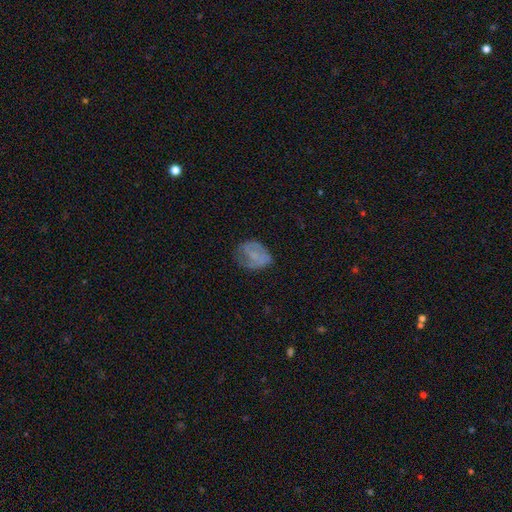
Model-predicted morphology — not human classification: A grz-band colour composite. It shows a featured or disk galaxy (50%). Merging: none (57%).